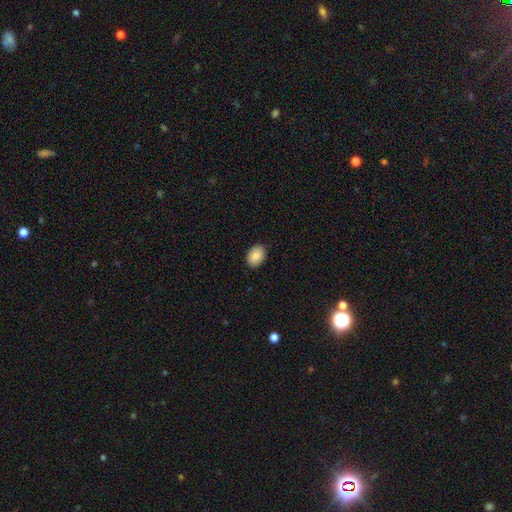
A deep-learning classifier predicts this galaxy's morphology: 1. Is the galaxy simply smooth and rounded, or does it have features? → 88% smooth, 7% star or artifact, 5% featured or disk.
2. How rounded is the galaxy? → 79% in between, 20% round, 1% cigar-shaped.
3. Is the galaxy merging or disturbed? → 89% none, 9% minor disturbance, 2% major disturbance, 1% merger.